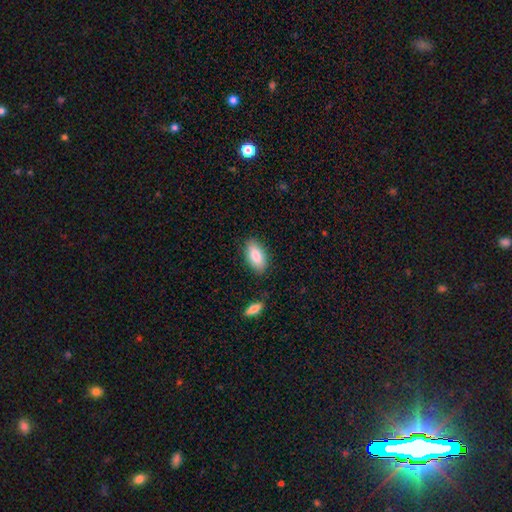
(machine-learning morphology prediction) smooth-or-featured: smooth: 85% | featured or disk: 9% | star or artifact: 6%
  how-rounded: in between: 91% | cigar-shaped: 7% | round: 3%
  merging: none: 84% | minor disturbance: 11% | major disturbance: 3% | merger: 2%